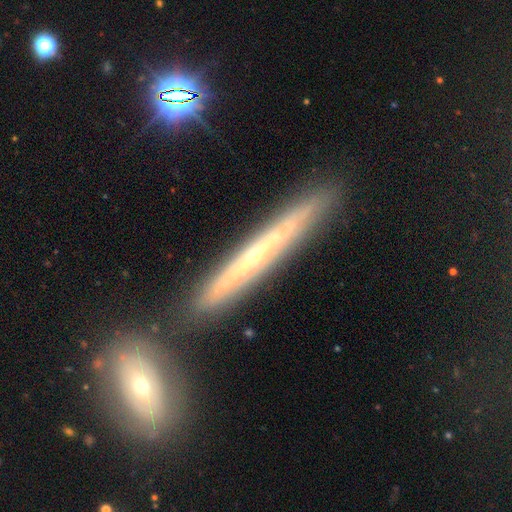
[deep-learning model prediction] Smooth or featured? Predicted: featured or disk (p=0.75). Edge-on disk? Predicted: yes (p=0.87). Edge-on bulge? Predicted: rounded (p=0.52). Merging? Predicted: none (p=0.81).